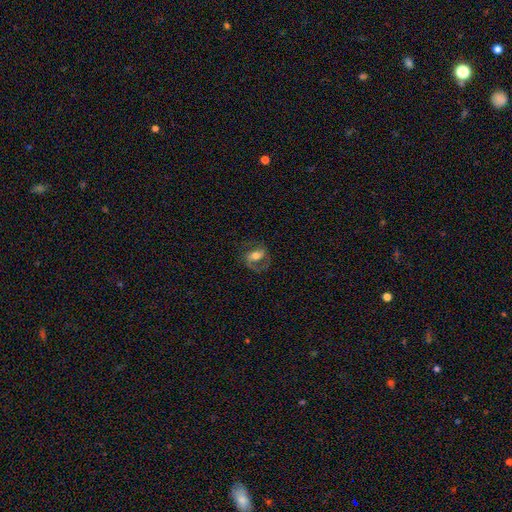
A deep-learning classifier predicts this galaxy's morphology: smooth-or-featured: featured or disk: 66% | smooth: 26% | star or artifact: 8%
  disk-edge-on: no: 95% | yes: 5%
    bar: weak: 36% | strong: 34% | no: 30%
    has-spiral-arms: yes: 82% | no: 18%
      spiral-winding: medium: 51% | loose: 26% | tight: 23%
      spiral-arm-count: 2: 78% | 1: 13% | can't tell: 7% | 3: 1% | 4: 1% | more than 4: 1%
    bulge-size: moderate: 64% | large: 19% | small: 14% | dominant: 2% | none: 2%
  merging: none: 68% | minor disturbance: 17% | major disturbance: 14% | merger: 1%